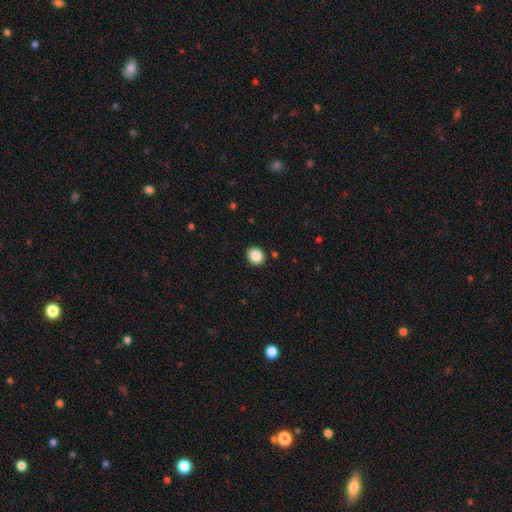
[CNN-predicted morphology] This appears to be a smooth galaxy with no disk features (87%) that is round (72%). Merging: none (91%).